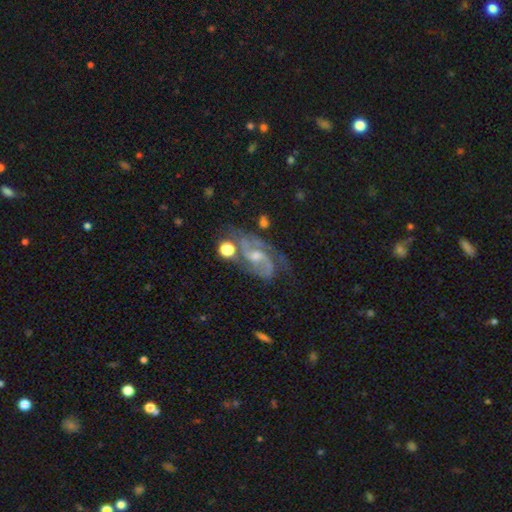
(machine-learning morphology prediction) A featured or disk galaxy (86%) with a weak bar (44%, tied with no), 2 (81%) medium (55%) spiral arms (97%) and a small central bulge (52%). Merging: none (61%).